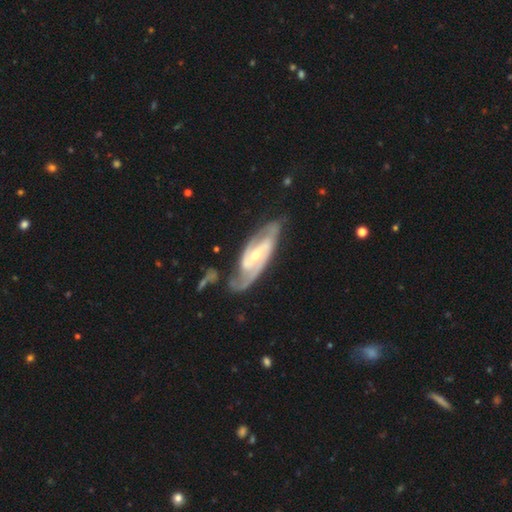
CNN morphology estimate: Overall: featured or disk (89%). Edge-on disk: no (93%). Bar: weak (42%; strong 34%). Spiral arms: yes (97%). Spiral arm count: 2 (81%). Spiral winding: medium (48%; tight 37%). Bulge size: small (55%; moderate 42%). Merging: none (65%).